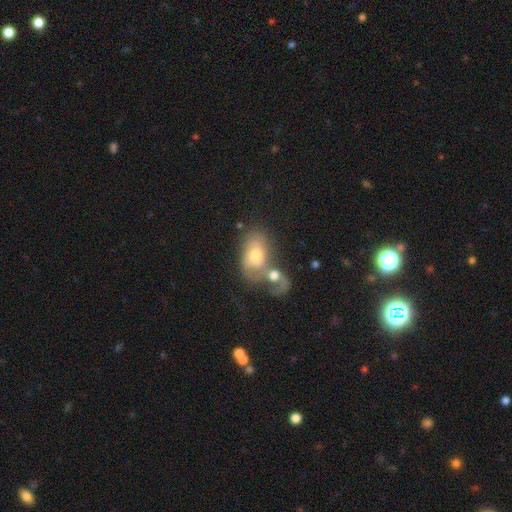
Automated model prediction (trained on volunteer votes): Smooth or featured?
  - smooth: 53% *
  - featured or disk: 38%
  - star or artifact: 9%
How rounded?
  - in between: 84% *
  - round: 14%
  - cigar-shaped: 2%
Merging?
  - merger: 61% *
  - none: 20%
  - major disturbance: 10%
  - minor disturbance: 10%